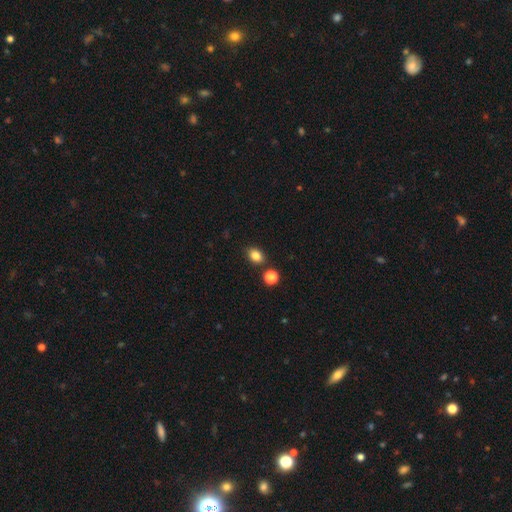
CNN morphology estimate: smooth-or-featured: smooth: 83% | star or artifact: 12% | featured or disk: 5%
  how-rounded: in between: 62% | round: 37% | cigar-shaped: 1%
  merging: none: 81% | minor disturbance: 10% | merger: 6% | major disturbance: 2%